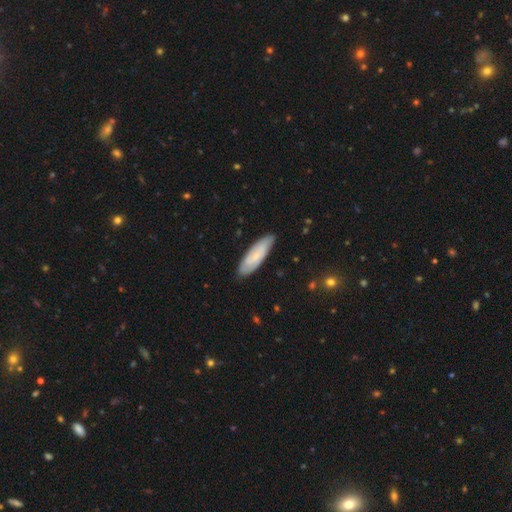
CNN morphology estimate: This appears to be a smooth galaxy with no disk features (55%) that is in between round and cigar-shaped (50%). Merging: none (82%).